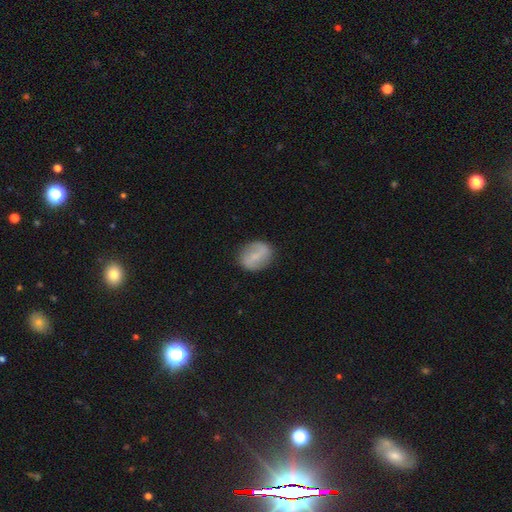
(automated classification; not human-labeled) Morphology: type=featured or disk (50%); edge-on=no (96%); merging=none (82%).